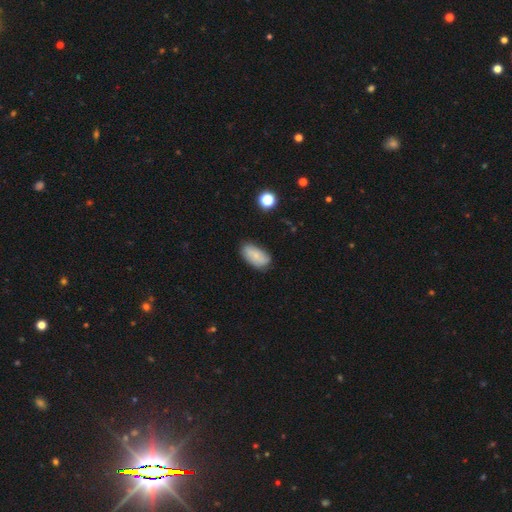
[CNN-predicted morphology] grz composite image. It shows a smooth galaxy with no disk features (67%) that is in between round and cigar-shaped (93%). Merging: none (73%).